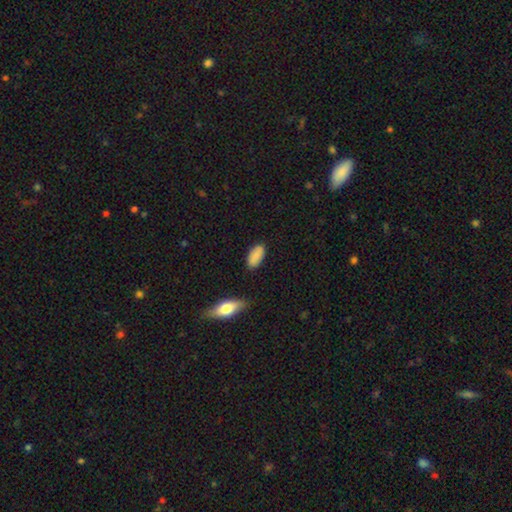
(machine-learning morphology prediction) Smooth or featured? smooth (87%)
How rounded? in between (91%)
Merging? none (81%)